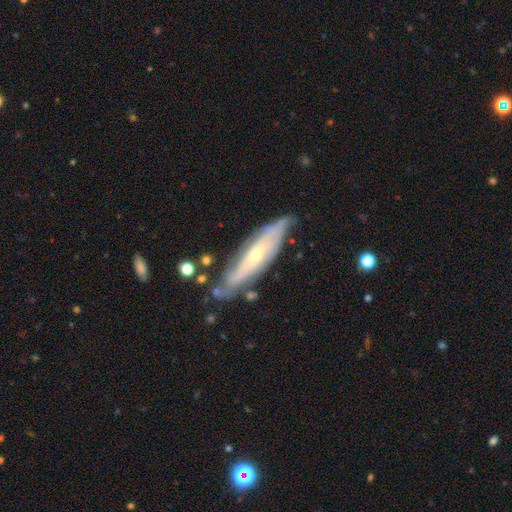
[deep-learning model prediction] Smooth or featured?
  - featured or disk: 71% *
  - smooth: 23%
  - star or artifact: 6%
Edge-on disk?
  - no: 60% *
  - yes: 40%
Merging?
  - none: 69% *
  - minor disturbance: 22%
  - major disturbance: 6%
  - merger: 3%